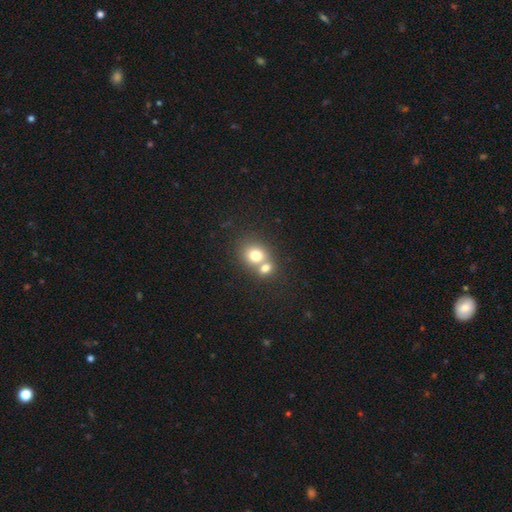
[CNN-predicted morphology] The model was most divided on "merging": merger: 60%, none: 32%, minor disturbance: 6%, major disturbance: 3%. More confident: smooth or featured — smooth (75%); how rounded — round (67%).